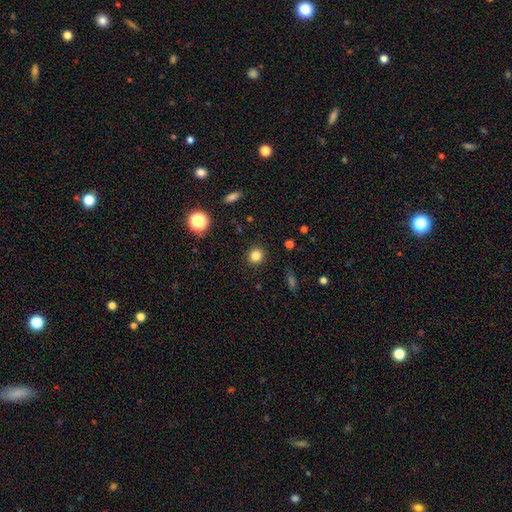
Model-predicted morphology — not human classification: Smooth or featured?
  - smooth: 83% *
  - star or artifact: 13%
  - featured or disk: 5%
How rounded?
  - round: 87% *
  - in between: 12%
  - cigar-shaped: 1%
Merging?
  - none: 90% *
  - minor disturbance: 6%
  - major disturbance: 2%
  - merger: 1%